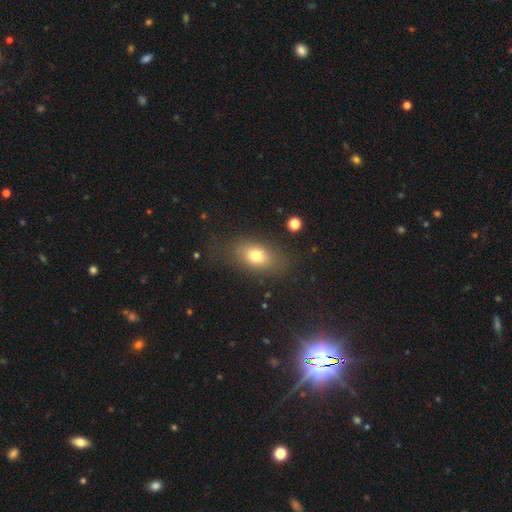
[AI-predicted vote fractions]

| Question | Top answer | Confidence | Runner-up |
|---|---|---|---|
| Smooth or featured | smooth | 73% | featured or disk (16%) |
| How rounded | in between | 78% | round (18%) |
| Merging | none | 74% | minor disturbance (15%) |